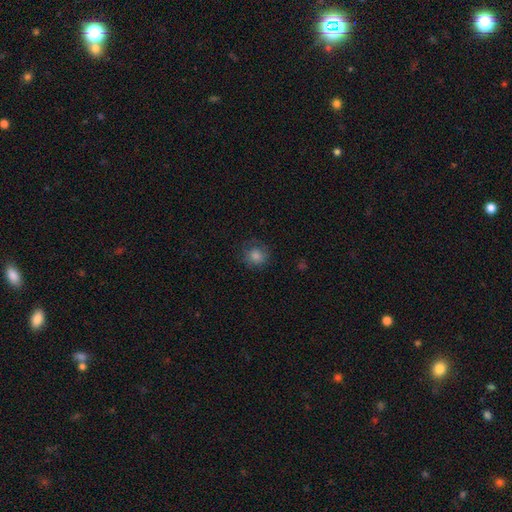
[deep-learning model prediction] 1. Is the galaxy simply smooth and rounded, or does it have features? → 79% smooth, 12% star or artifact, 10% featured or disk.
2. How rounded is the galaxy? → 89% round, 10% in between, 1% cigar-shaped.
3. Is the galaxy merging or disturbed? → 78% none, 15% minor disturbance, 6% major disturbance, 1% merger.